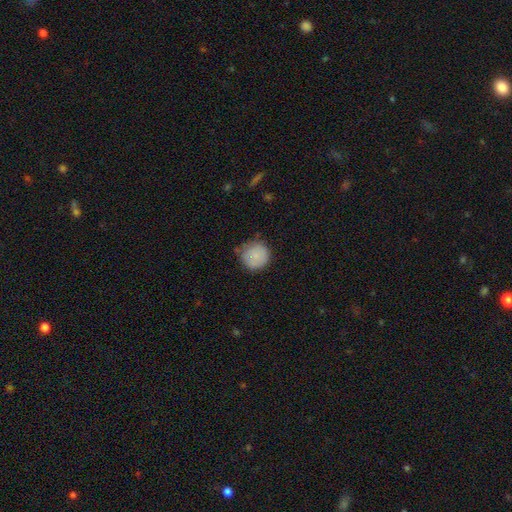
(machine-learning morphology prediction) smooth 84%, featured or disk 9%, star or artifact 7%. Down the decision tree: how rounded — round (93%); merging — none (66%).